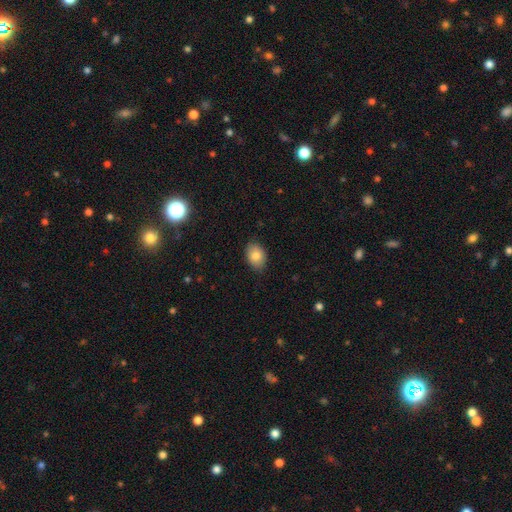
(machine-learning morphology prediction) A smooth galaxy with no disk features (83%) that is in between round and cigar-shaped (76%). Merging: none (84%).